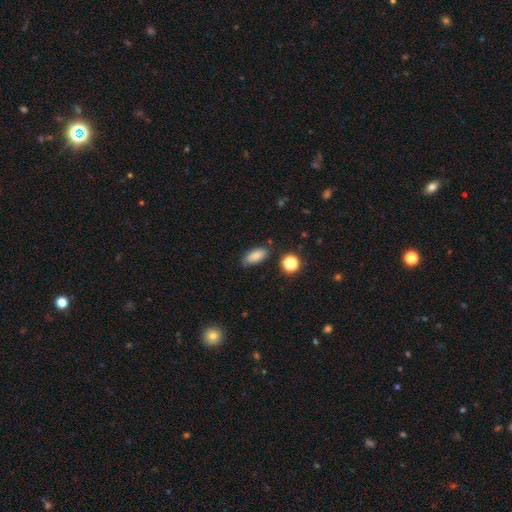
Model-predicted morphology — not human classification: A smooth galaxy with no disk features (82%) that is in between round and cigar-shaped (84%). Merging: none (76%).